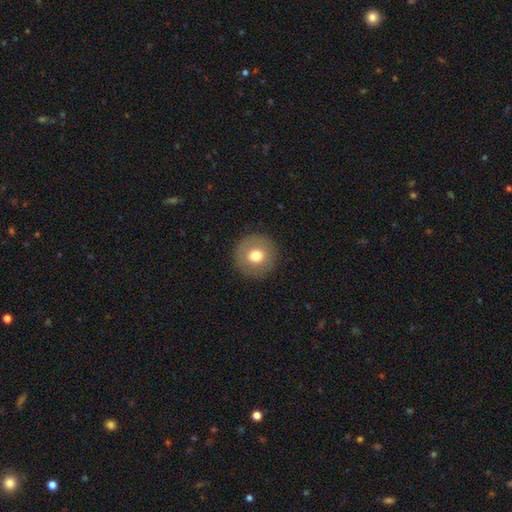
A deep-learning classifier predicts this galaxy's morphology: smooth_or_featured: smooth (p=0.72) [alt: featured or disk p=0.19]
how_rounded: round (p=0.95) [alt: in between p=0.04]
merging: none (p=0.91) [alt: minor disturbance p=0.06]